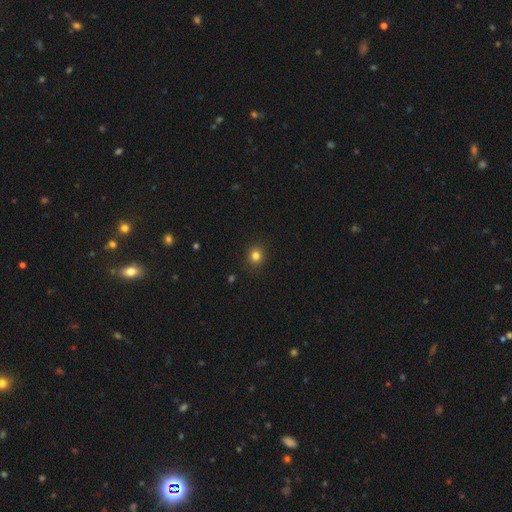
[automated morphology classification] A smooth galaxy with no disk features (82%) that is round (85%).

Vote fractions:
- Smooth or featured? smooth: 82% / star or artifact: 13% / featured or disk: 5%
- How rounded? round: 85% / in between: 14% / cigar-shaped: 1%
- Merging? none: 90% / minor disturbance: 7% / major disturbance: 2% / merger: 1%